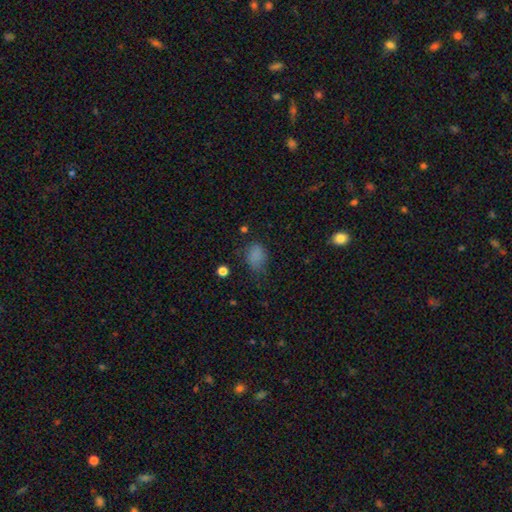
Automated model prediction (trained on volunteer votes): A smooth galaxy with no disk features (80%) that is in between round and cigar-shaped (63%).

Vote fractions:
- Smooth or featured? smooth: 80% / star or artifact: 14% / featured or disk: 6%
- How rounded? in between: 63% / round: 36% / cigar-shaped: 1%
- Merging? none: 58% / minor disturbance: 29% / major disturbance: 11% / merger: 2%